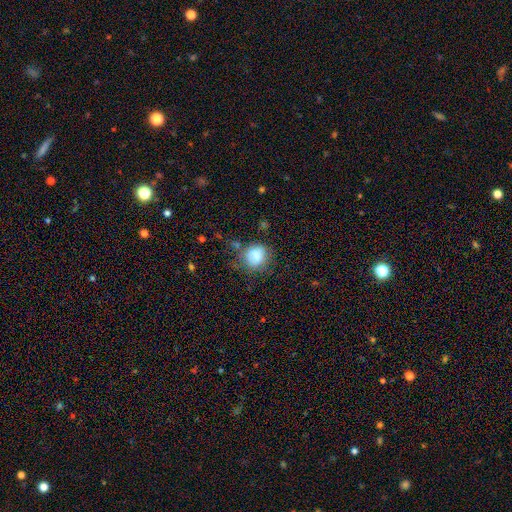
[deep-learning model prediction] Q: Smooth or featured?
A: smooth (81%); runner-up: featured or disk (10%)
Q: How rounded?
A: round (74%); runner-up: in between (25%)
Q: Merging?
A: none (59%); runner-up: minor disturbance (24%)